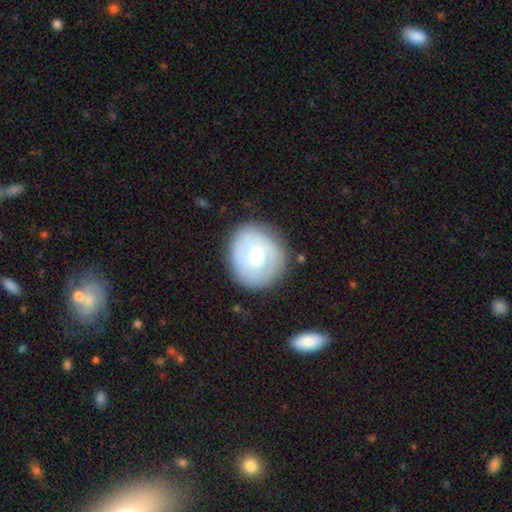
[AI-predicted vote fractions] Smooth or featured?
  - smooth: 47% *
  - featured or disk: 46%
  - star or artifact: 7%
Merging?
  - none: 80% *
  - minor disturbance: 13%
  - major disturbance: 4%
  - merger: 2%